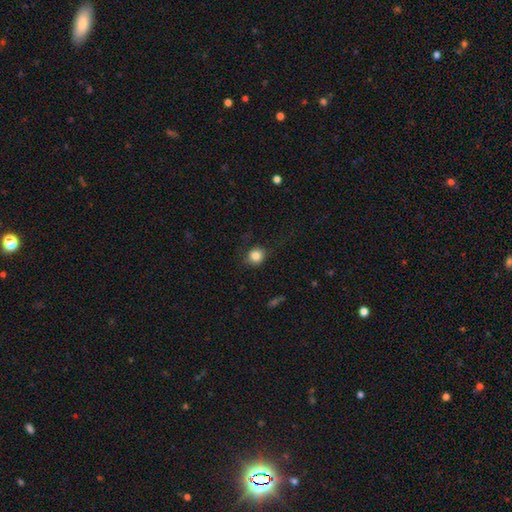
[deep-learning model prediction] This is clearly a smooth galaxy (83%). How rounded: clearly round (82%). Merging: likely none (75%).